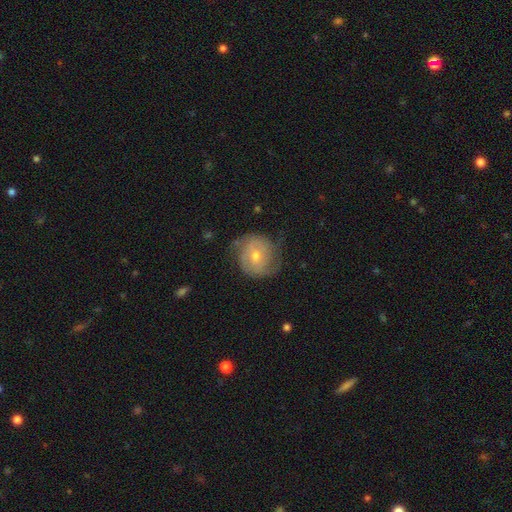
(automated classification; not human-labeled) This appears to be a featured or disk galaxy (72%) with no bar (59%), 2 (60%) tight (51%) spiral arms (88%) and a moderate central bulge (52%). Merging: none (68%).